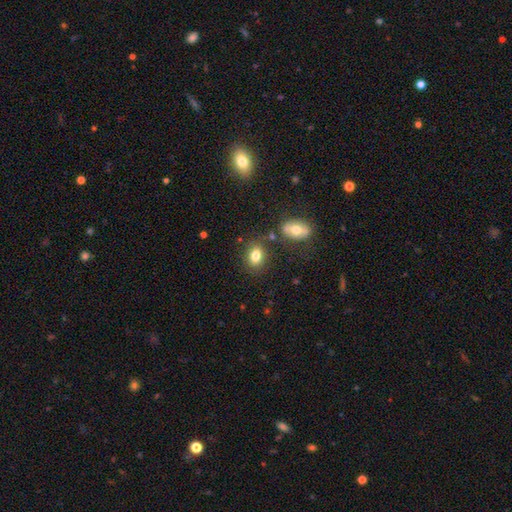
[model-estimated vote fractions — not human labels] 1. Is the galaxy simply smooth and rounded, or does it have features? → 81% smooth, 10% star or artifact, 9% featured or disk.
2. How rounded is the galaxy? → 68% in between, 30% round, 1% cigar-shaped.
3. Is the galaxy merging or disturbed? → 77% none, 12% minor disturbance, 7% merger, 3% major disturbance.